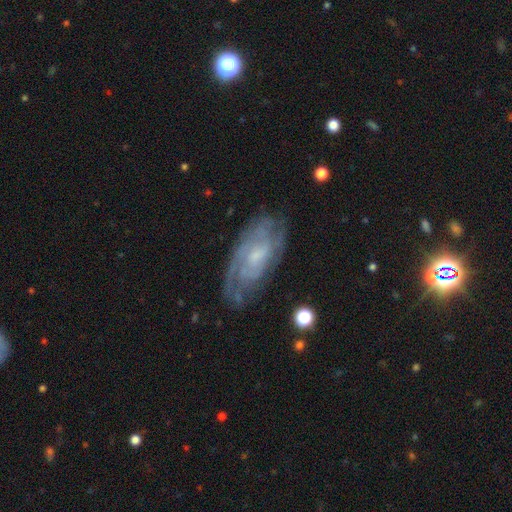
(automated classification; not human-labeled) This appears to be a featured or disk galaxy (77%) with no bar (59%), tight (60%) spiral arms (89%) and a small central bulge (56%). Merging: none (70%).